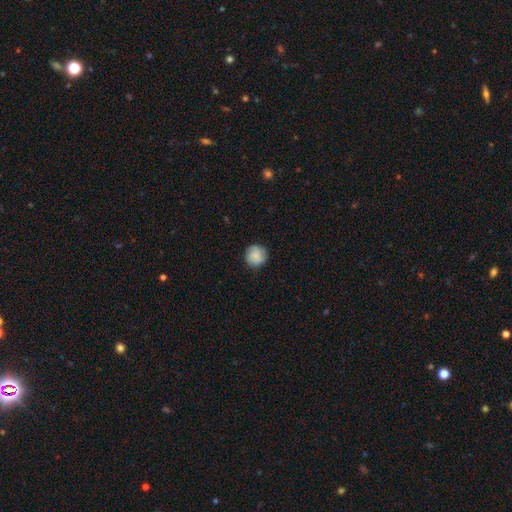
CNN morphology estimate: A smooth galaxy with no disk features (80%) that is round (94%). Merging: none (86%).